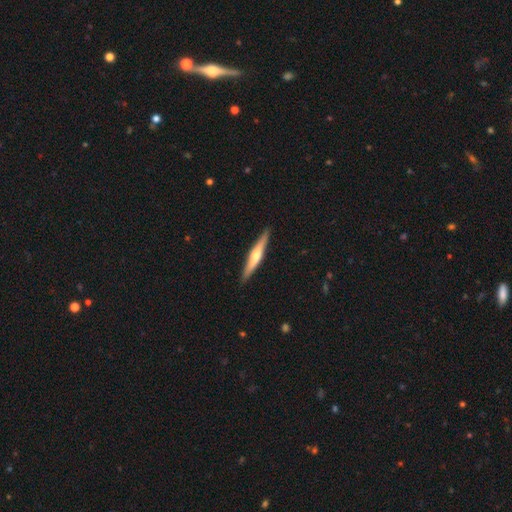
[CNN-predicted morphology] smooth-or-featured: featured or disk: 59% | smooth: 36% | star or artifact: 5%
  disk-edge-on: yes: 96% | no: 4%
    edge-on-bulge: rounded: 85% | none: 9% | boxy: 6%
  merging: none: 90% | minor disturbance: 7% | major disturbance: 1% | merger: 1%